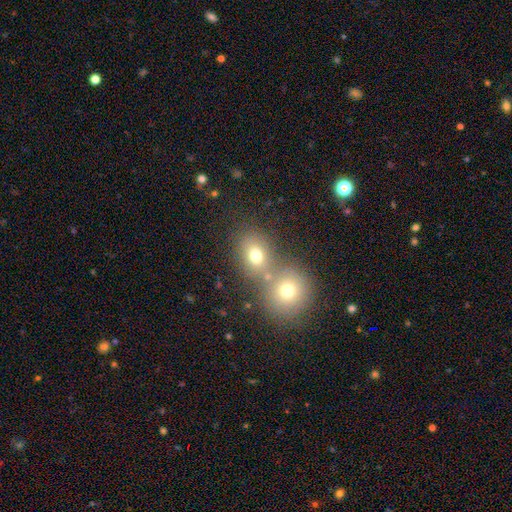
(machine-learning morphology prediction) smooth 72%, star or artifact 15%, featured or disk 14%. Down the decision tree: how rounded — round (62%); merging — merger (45%).